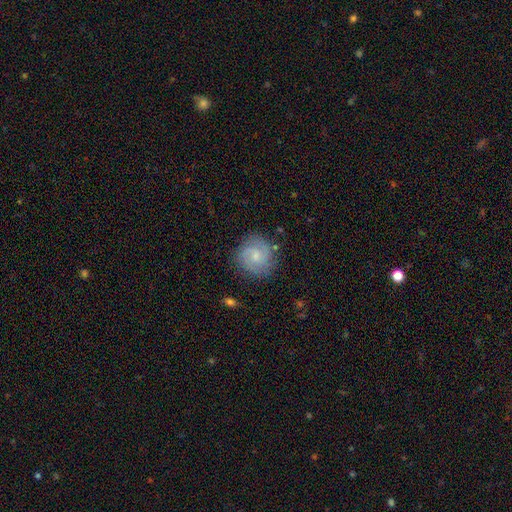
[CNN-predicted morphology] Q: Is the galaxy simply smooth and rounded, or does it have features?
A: featured or disk — 62%.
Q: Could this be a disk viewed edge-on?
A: no — 98%.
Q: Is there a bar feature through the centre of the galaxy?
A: no — 59%.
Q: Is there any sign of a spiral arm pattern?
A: yes — 92%.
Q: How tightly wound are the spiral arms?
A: tight — 51%.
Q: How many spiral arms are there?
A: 2 — 50%.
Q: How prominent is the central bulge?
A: small — 55%.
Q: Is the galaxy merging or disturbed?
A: none — 81%.